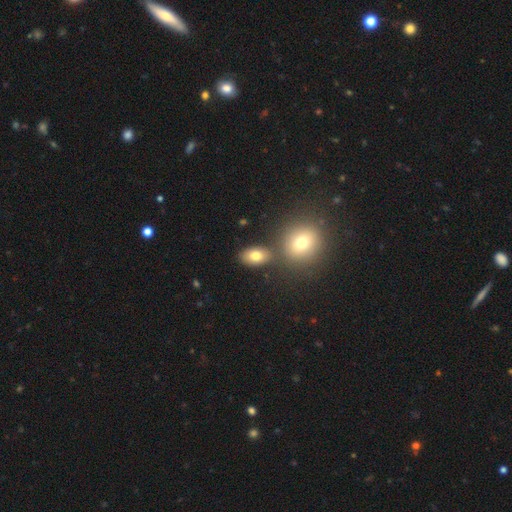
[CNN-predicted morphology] Overall: smooth (78%). How rounded: in between (83%). Merging: none (71%).